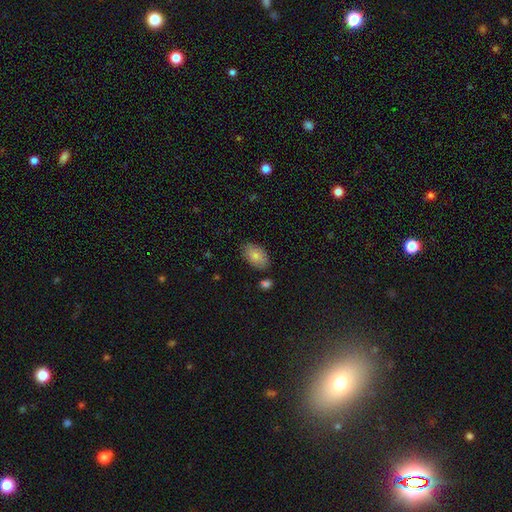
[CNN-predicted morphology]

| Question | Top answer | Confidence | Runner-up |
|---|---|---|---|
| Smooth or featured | smooth | 83% | featured or disk (10%) |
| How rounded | in between | 92% | round (7%) |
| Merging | none | 81% | minor disturbance (14%) |